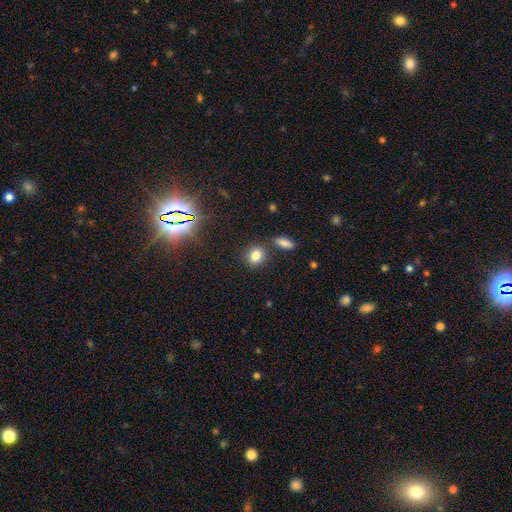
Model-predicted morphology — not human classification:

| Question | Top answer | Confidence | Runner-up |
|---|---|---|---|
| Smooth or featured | smooth | 80% | star or artifact (13%) |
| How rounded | round | 59% | in between (40%) |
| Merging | none | 77% | minor disturbance (10%) |